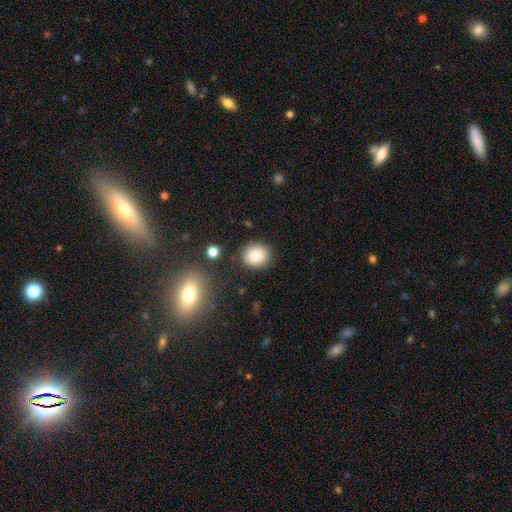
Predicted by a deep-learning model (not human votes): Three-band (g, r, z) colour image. It shows a smooth galaxy with no disk features (84%) that is round (79%). Merging: none (86%).